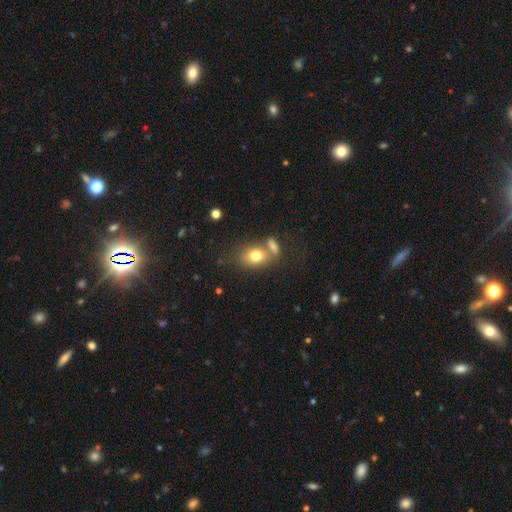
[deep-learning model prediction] This appears to be a smooth galaxy with no disk features (76%) that is in between round and cigar-shaped (64%). Merging: none (50%).